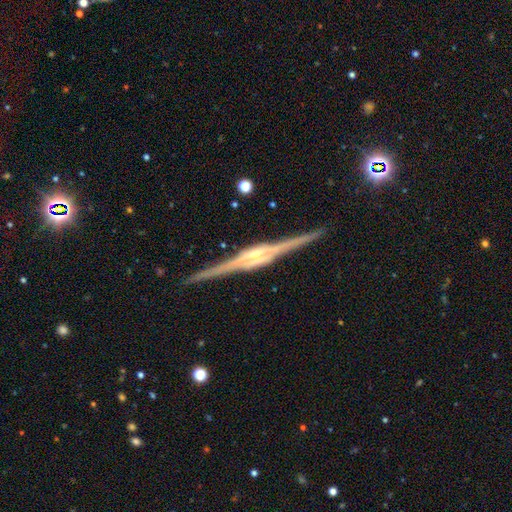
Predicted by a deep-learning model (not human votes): This is clearly a featured or disk galaxy (91%). It is clearly viewed edge-on (98%). Edge-on bulge: possibly boxy (50%). Merging: clearly none (91%).